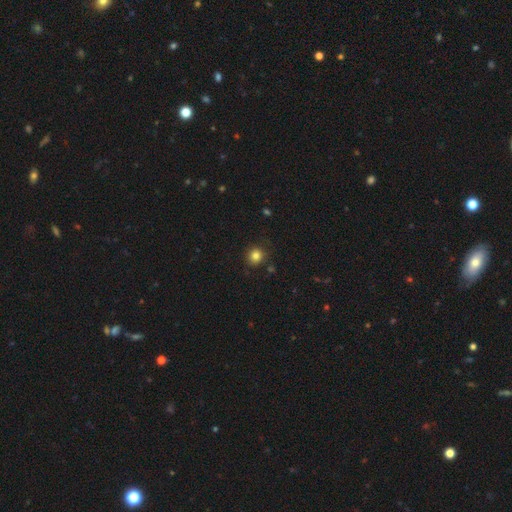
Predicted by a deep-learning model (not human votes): Smooth or featured?
  - smooth: 83% *
  - star or artifact: 12%
  - featured or disk: 5%
How rounded?
  - round: 88% *
  - in between: 11%
  - cigar-shaped: 1%
Merging?
  - none: 85% *
  - minor disturbance: 10%
  - major disturbance: 3%
  - merger: 2%